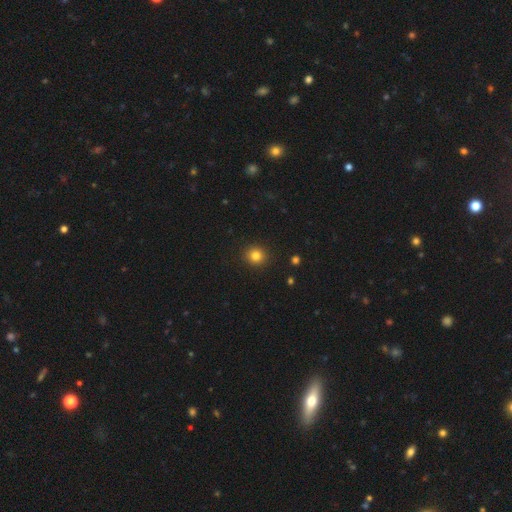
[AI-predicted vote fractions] Q: Smooth or featured?
A: smooth (82%); runner-up: star or artifact (13%)
Q: How rounded?
A: round (89%); runner-up: in between (10%)
Q: Merging?
A: none (92%); runner-up: minor disturbance (5%)